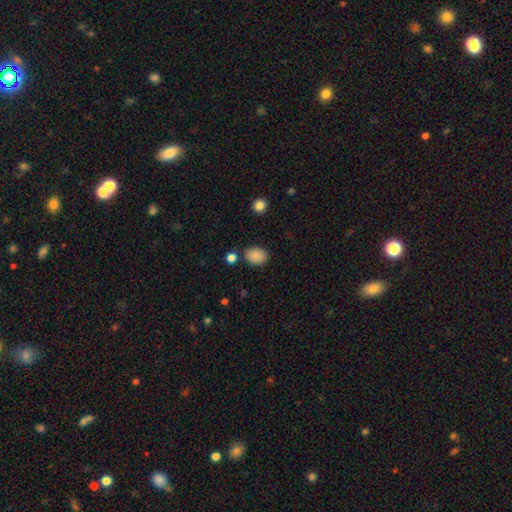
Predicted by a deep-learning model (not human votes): Overall: smooth (88%). How rounded: in between (65%; round 34%). Merging: none (82%).